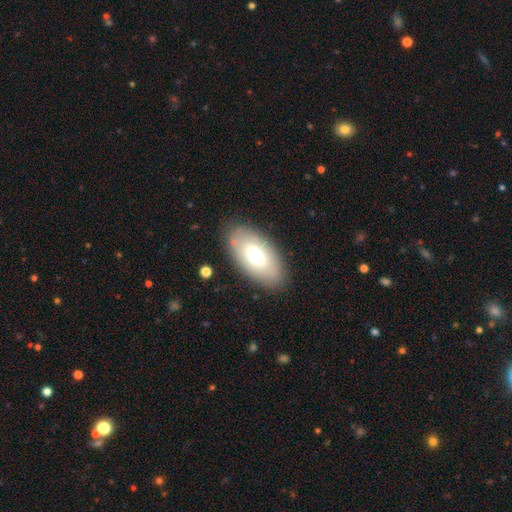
Overall: smooth (61%; featured or disk 34%). How rounded: in between (91%). Merging: none (86%).